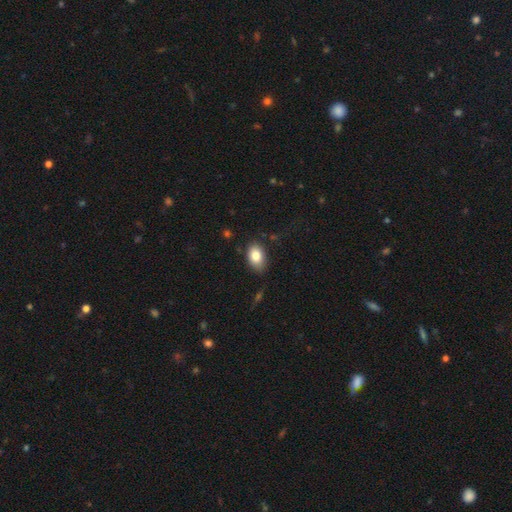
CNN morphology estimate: The model was most divided on "merging": none: 80%, minor disturbance: 15%, major disturbance: 3%, merger: 2%. More confident: how rounded — in between (88%); smooth or featured — smooth (82%).